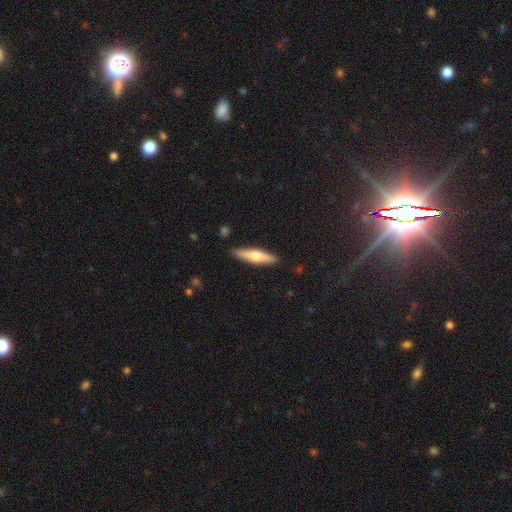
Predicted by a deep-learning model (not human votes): Smooth or featured: smooth — 52% (featured or disk — 42%)
How rounded: cigar-shaped — 78% (in between — 20%)
Merging: none — 89% (minor disturbance — 8%)